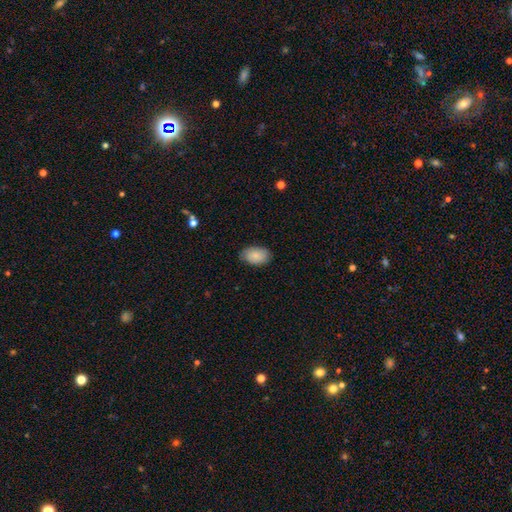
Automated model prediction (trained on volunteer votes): Morphology: type=smooth (85%); roundness=in between (92%); merging=none (82%).